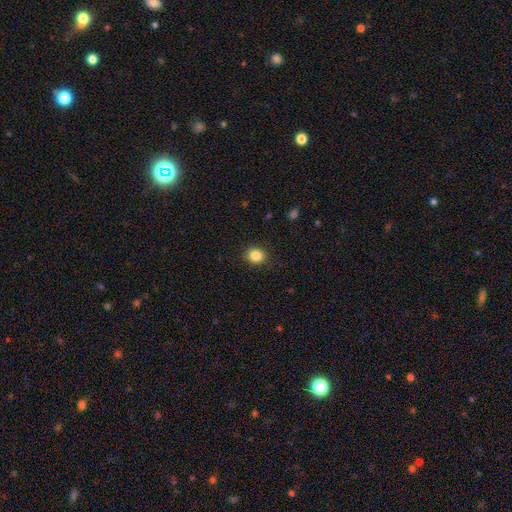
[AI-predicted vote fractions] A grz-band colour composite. It shows a smooth galaxy with no disk features (85%) that is round (77%). Merging: none (89%).